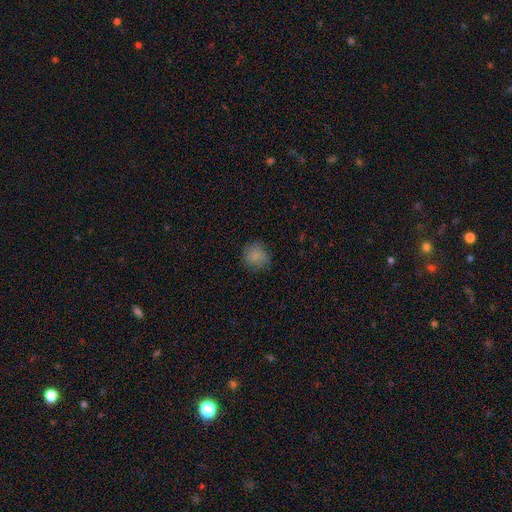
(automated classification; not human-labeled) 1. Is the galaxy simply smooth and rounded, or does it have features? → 80% smooth, 12% featured or disk, 8% star or artifact.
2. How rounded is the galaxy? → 88% round, 11% in between, 1% cigar-shaped.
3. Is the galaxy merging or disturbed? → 78% none, 17% minor disturbance, 4% major disturbance, 1% merger.